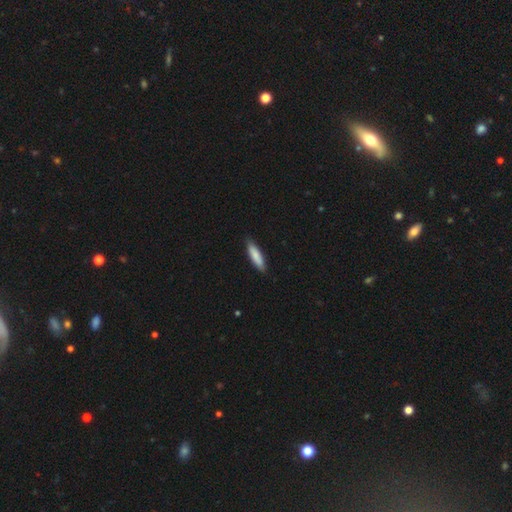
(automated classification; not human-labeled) Overall: smooth (84%). How rounded: cigar-shaped (68%; in between 31%). Merging: none (86%).